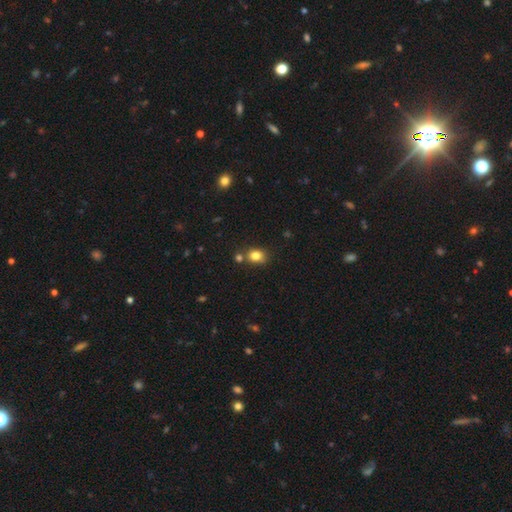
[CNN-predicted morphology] A smooth galaxy with no disk features (81%) that is round (53%).

Vote fractions:
- Smooth or featured? smooth: 81% / star or artifact: 12% / featured or disk: 7%
- How rounded? round: 53% / in between: 46% / cigar-shaped: 1%
- Merging? none: 71% / merger: 14% / minor disturbance: 12% / major disturbance: 3%